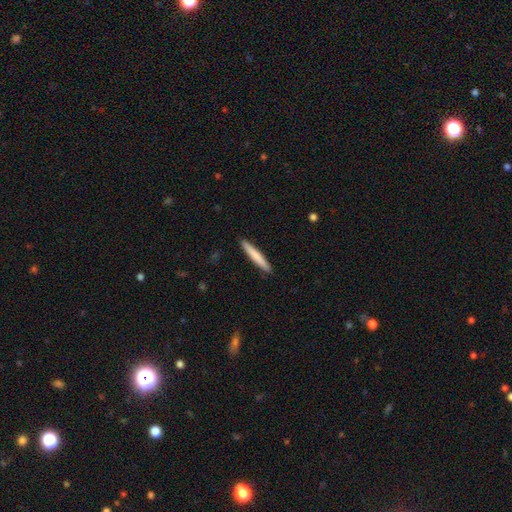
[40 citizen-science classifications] Morphology: type=smooth (80%); roundness=cigar-shaped (97%); merging=none (84%).